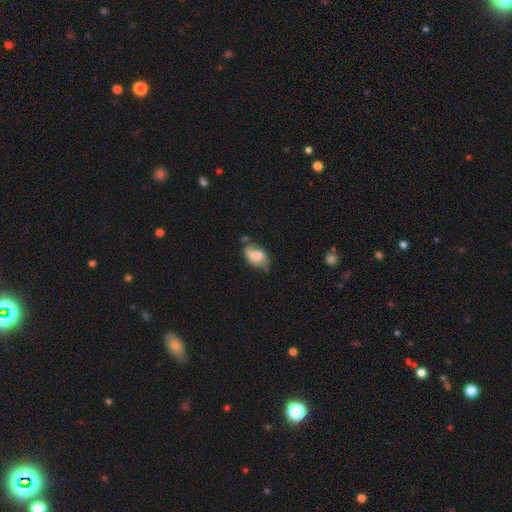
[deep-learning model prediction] Smooth or featured?
  - smooth: 55% *
  - featured or disk: 35%
  - star or artifact: 10%
How rounded?
  - in between: 87% *
  - round: 11%
  - cigar-shaped: 2%
Merging?
  - none: 37% *
  - minor disturbance: 34%
  - major disturbance: 20%
  - merger: 9%